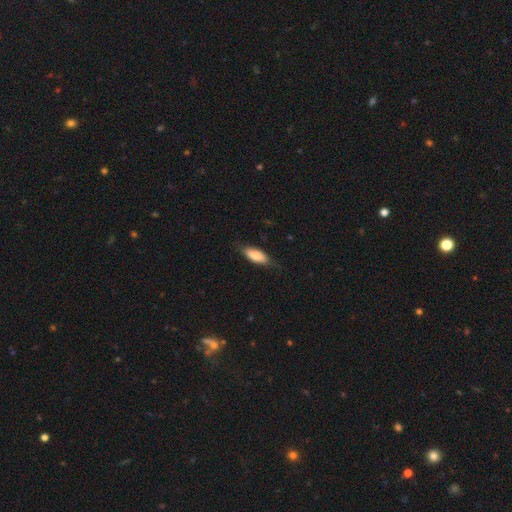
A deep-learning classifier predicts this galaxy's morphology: This is likely a smooth galaxy (79%). How rounded: likely in between (77%). Merging: likely none (72%).